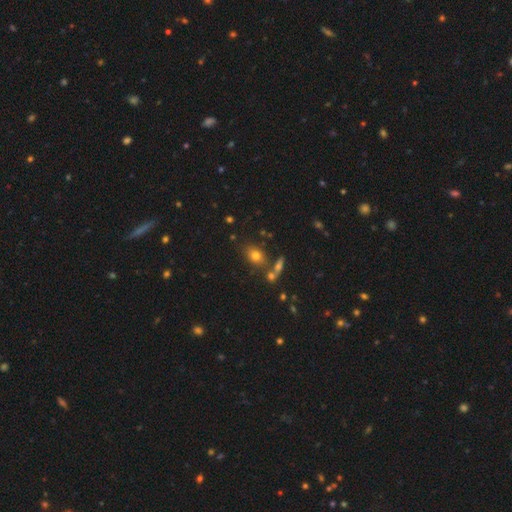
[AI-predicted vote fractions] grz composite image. It shows a smooth galaxy with no disk features (74%) that is in between round and cigar-shaped (66%). Merging: none (69%).